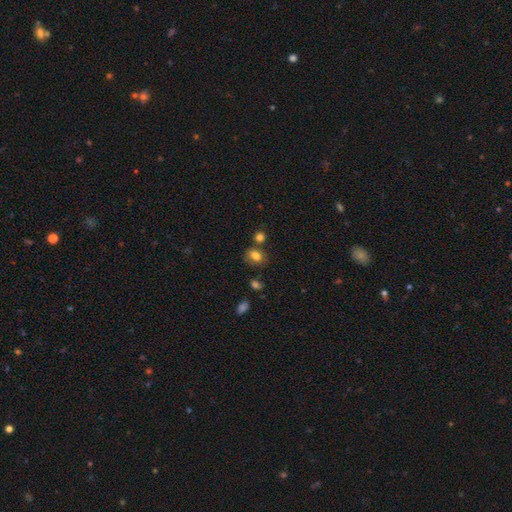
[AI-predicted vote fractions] smooth 79%, star or artifact 11%, featured or disk 10%. Down the decision tree: how rounded — in between (63%); merging — none (65%).